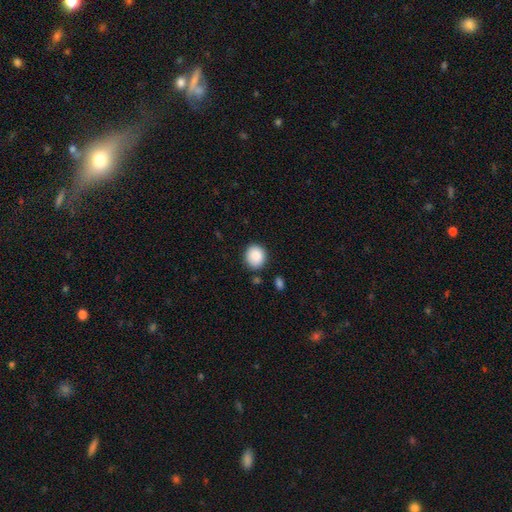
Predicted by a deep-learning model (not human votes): A smooth galaxy with no disk features (89%) that is round (75%).

Vote fractions:
- Smooth or featured? smooth: 89% / star or artifact: 8% / featured or disk: 4%
- How rounded? round: 75% / in between: 24% / cigar-shaped: 1%
- Merging? none: 85% / minor disturbance: 10% / merger: 3% / major disturbance: 2%